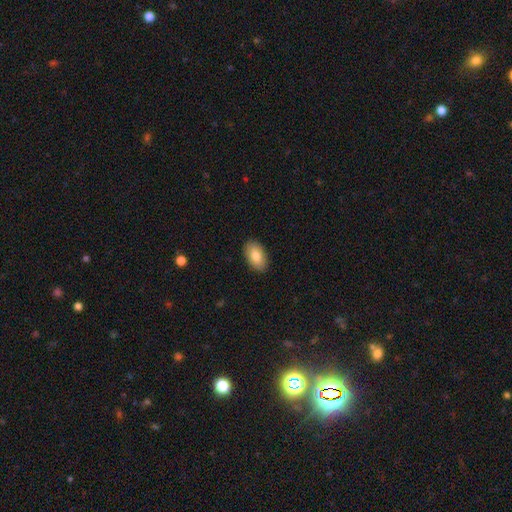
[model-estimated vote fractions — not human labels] Smooth or featured: smooth — 84% (featured or disk — 9%)
How rounded: in between — 94% (round — 4%)
Merging: none — 89% (minor disturbance — 8%)